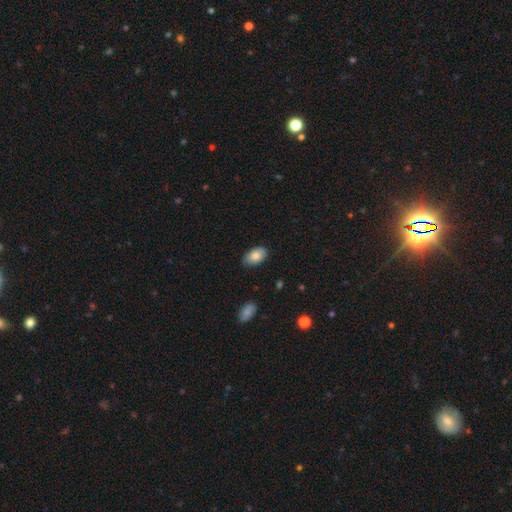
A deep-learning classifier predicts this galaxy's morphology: This appears to be a smooth galaxy with no disk features (83%) that is in between round and cigar-shaped (92%). Merging: none (79%).